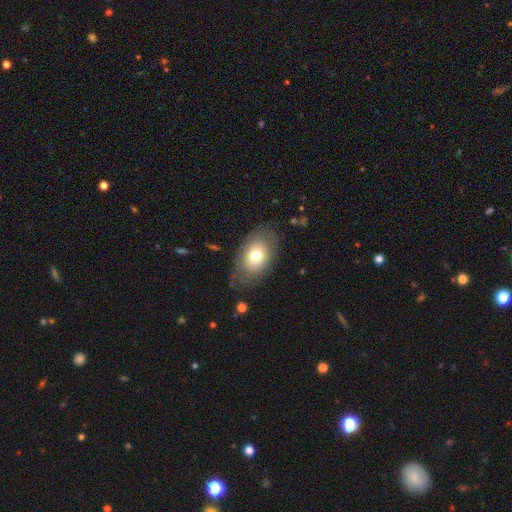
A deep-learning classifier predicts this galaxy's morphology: A smooth galaxy with no disk features (70%) that is in between round and cigar-shaped (87%). Merging: none (75%).